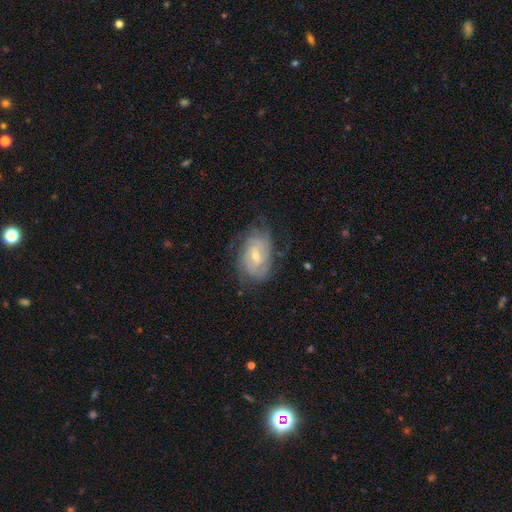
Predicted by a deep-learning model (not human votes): Smooth or featured: featured or disk — 79% (smooth — 15%)
Edge-on disk: no — 96% (yes — 4%)
Bar: weak — 50% (no — 38%)
Spiral arms: yes — 91% (no — 9%)
Spiral winding: tight — 65% (medium — 27%)
Spiral arm count: can't tell — 46% (2 — 20%)
Bulge size: small — 48% (tied with moderate — 48%)
Merging: none — 66% (minor disturbance — 22%)